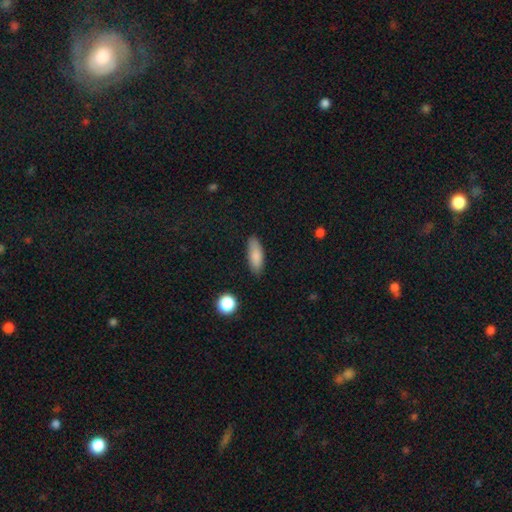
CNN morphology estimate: smooth 85%, featured or disk 8%, star or artifact 7%. Down the decision tree: how rounded — in between (70%); merging — none (83%).